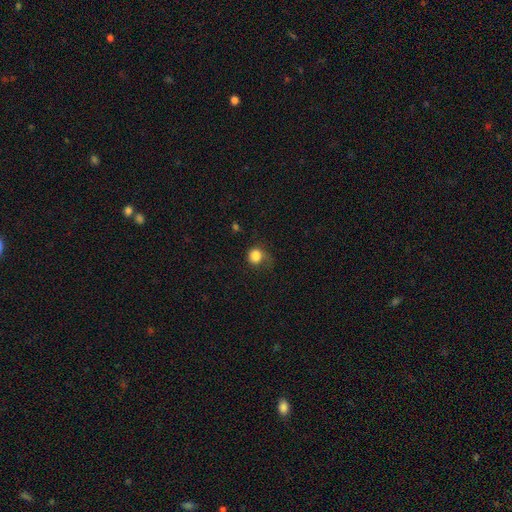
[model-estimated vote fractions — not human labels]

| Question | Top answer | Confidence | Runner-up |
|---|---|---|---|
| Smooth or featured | smooth | 83% | star or artifact (10%) |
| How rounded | round | 80% | in between (19%) |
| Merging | none | 50% | minor disturbance (27%) |